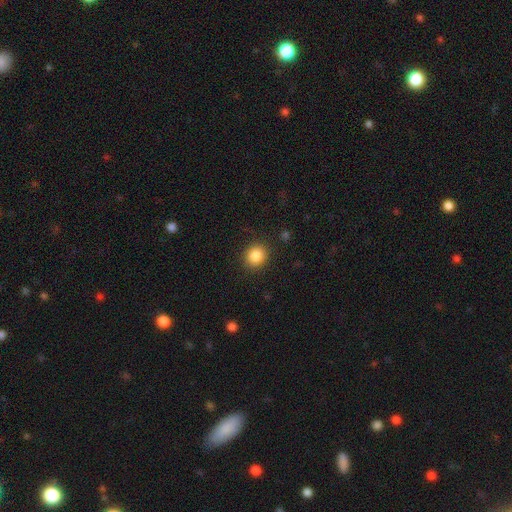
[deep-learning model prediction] Overall: smooth (86%). How rounded: round (83%). Merging: none (89%).